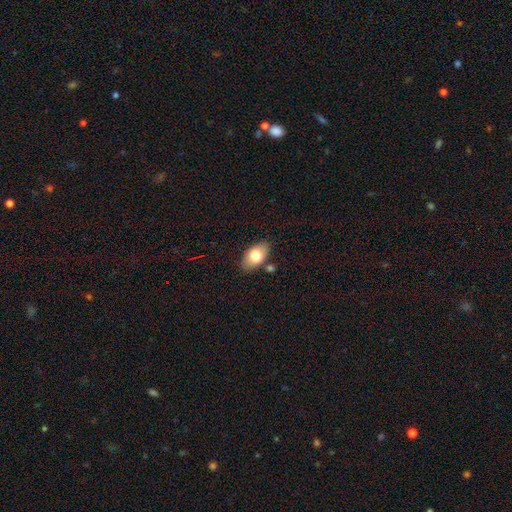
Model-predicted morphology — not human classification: A smooth galaxy with no disk features (76%) that is in between round and cigar-shaped (92%).

Vote fractions:
- Smooth or featured? smooth: 76% / featured or disk: 16% / star or artifact: 7%
- How rounded? in between: 92% / round: 6% / cigar-shaped: 2%
- Merging? none: 79% / minor disturbance: 12% / merger: 6% / major disturbance: 3%